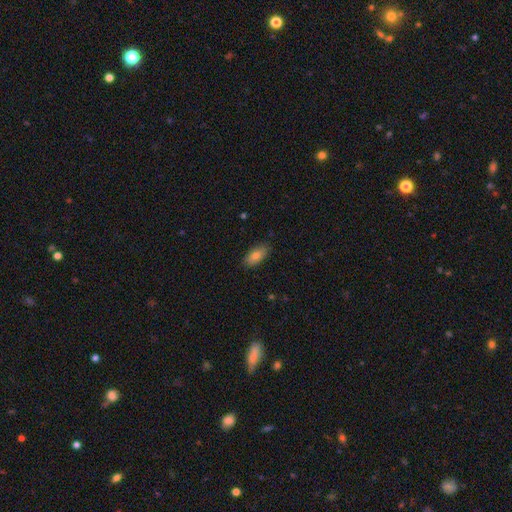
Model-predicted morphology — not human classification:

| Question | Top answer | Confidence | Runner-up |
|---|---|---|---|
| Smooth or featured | smooth | 78% | featured or disk (15%) |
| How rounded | in between | 89% | cigar-shaped (8%) |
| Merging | none | 85% | minor disturbance (11%) |